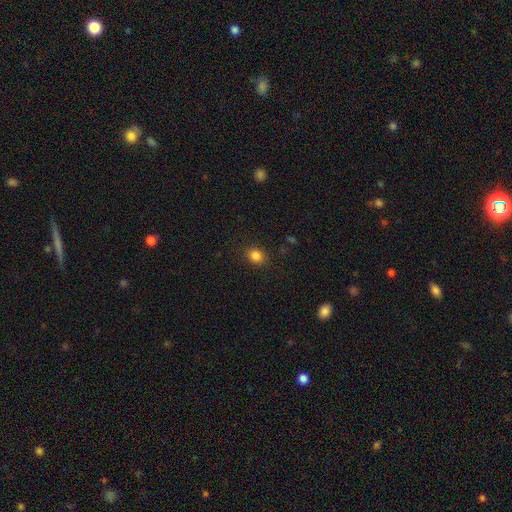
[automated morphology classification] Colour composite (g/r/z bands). It shows a smooth galaxy with no disk features (84%) that is round (71%). Merging: none (88%).